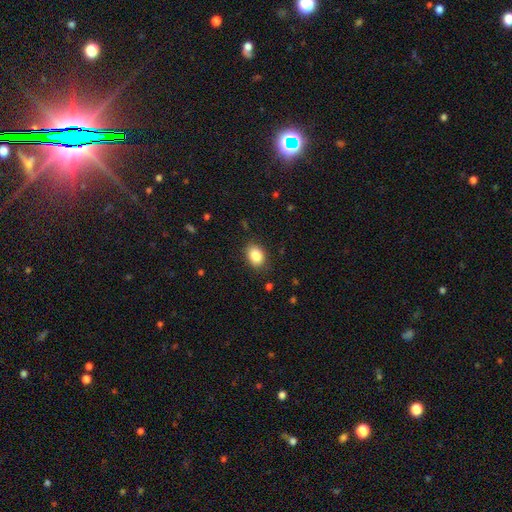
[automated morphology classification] Smooth or featured? Predicted: smooth (p=0.87). How rounded? Predicted: in between (p=0.68). Merging? Predicted: none (p=0.84).